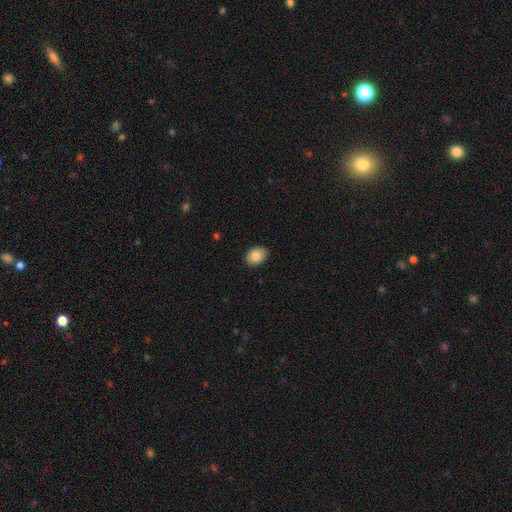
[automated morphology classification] A smooth galaxy with no disk features (84%) that is in between round and cigar-shaped (72%). Merging: none (88%).